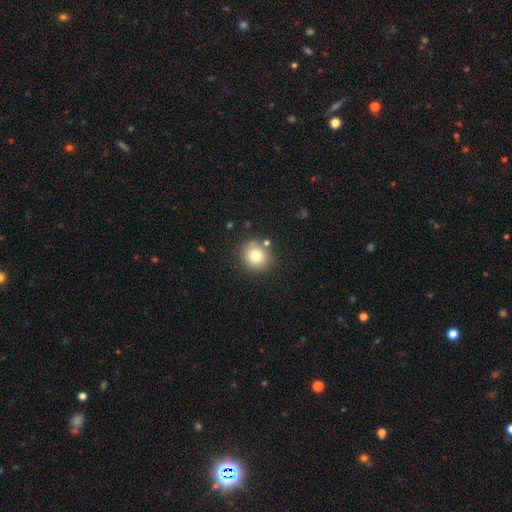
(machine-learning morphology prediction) The model was most divided on "smooth or featured": smooth: 77%, featured or disk: 11%, star or artifact: 11%. More confident: how rounded — round (88%); merging — none (81%).